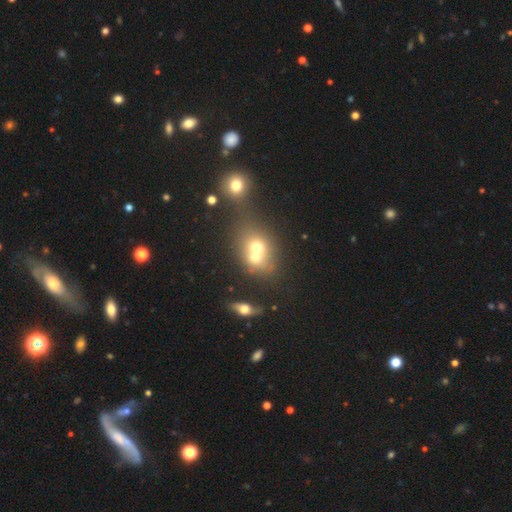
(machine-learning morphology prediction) Overall: smooth (60%; featured or disk 24%). How rounded: round (59%; in between 39%). Merging: merger (61%; none 28%).